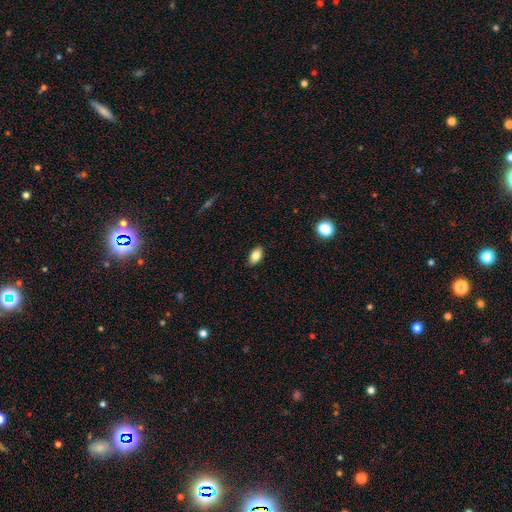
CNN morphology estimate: Smooth or featured? smooth (83%)
How rounded? in between (90%)
Merging? none (87%)